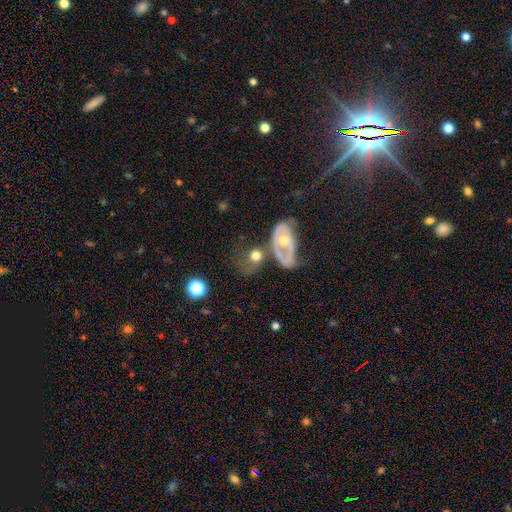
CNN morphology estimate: smooth-or-featured: smooth: 50% | featured or disk: 42% | star or artifact: 8%
  how-rounded: round: 53% | in between: 44% | cigar-shaped: 2%
  merging: none: 33% | merger: 28% | major disturbance: 22% | minor disturbance: 17%